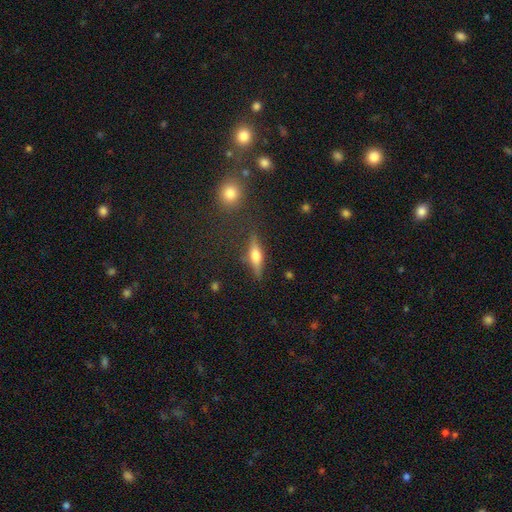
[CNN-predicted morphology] Q: Smooth or featured?
A: featured or disk (52%); runner-up: smooth (39%)
Q: Edge-on disk?
A: yes (94%); runner-up: no (6%)
Q: Merging?
A: none (83%); runner-up: minor disturbance (11%)